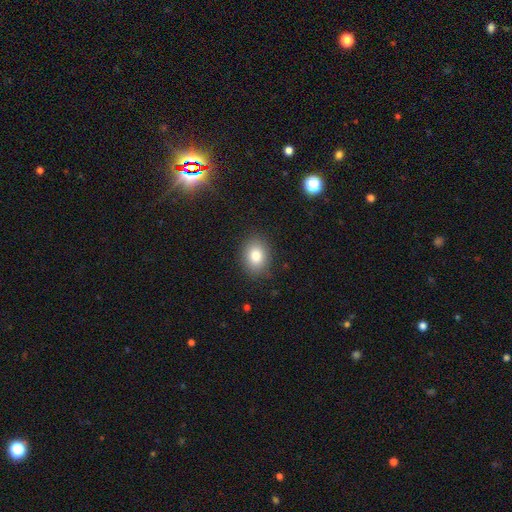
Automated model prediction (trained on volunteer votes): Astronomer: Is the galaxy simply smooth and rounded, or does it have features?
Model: smooth — 82%.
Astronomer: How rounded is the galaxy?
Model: in between — 62% (runner-up: round, 37%).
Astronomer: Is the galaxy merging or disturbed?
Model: none — 86%.